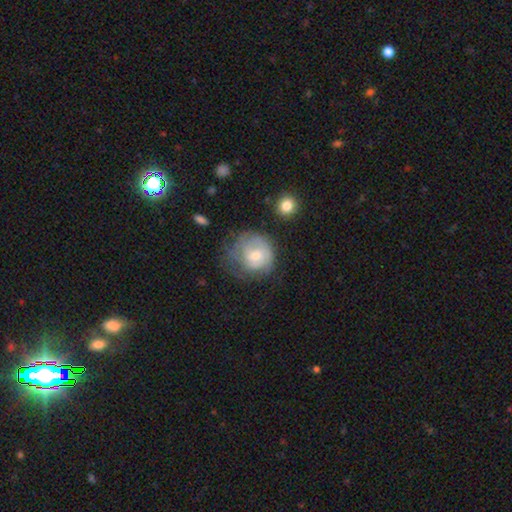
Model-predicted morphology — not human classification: Smooth or featured?
  - smooth: 48% *
  - featured or disk: 45%
  - star or artifact: 8%
Merging?
  - none: 43% *
  - minor disturbance: 27%
  - major disturbance: 27%
  - merger: 3%